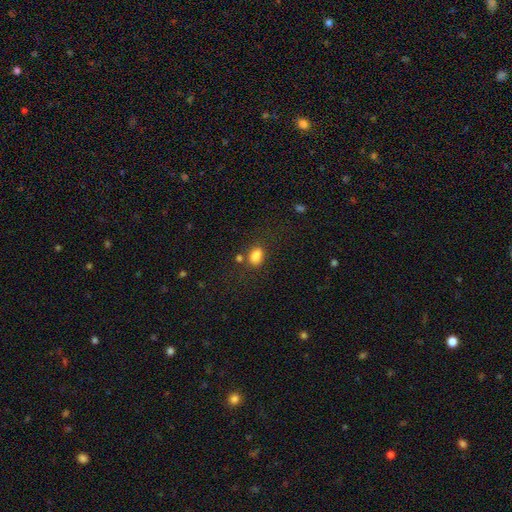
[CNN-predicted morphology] smooth-or-featured: smooth: 83% | star or artifact: 12% | featured or disk: 5%
  how-rounded: in between: 78% | round: 20% | cigar-shaped: 2%
  merging: none: 64% | minor disturbance: 17% | merger: 11% | major disturbance: 7%